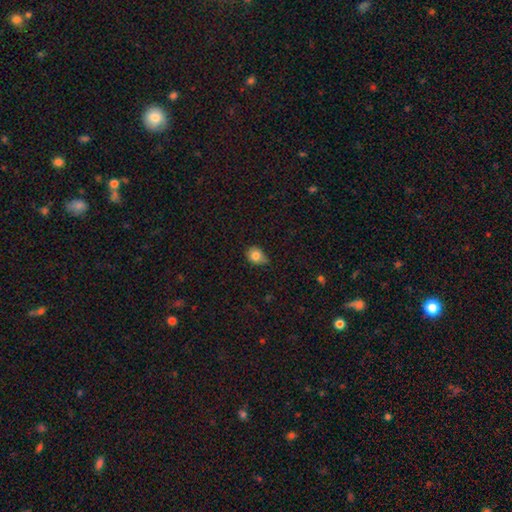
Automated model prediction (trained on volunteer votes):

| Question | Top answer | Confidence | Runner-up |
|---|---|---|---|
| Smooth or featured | smooth | 82% | star or artifact (10%) |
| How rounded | round | 58% | in between (41%) |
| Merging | none | 55% | minor disturbance (36%) |